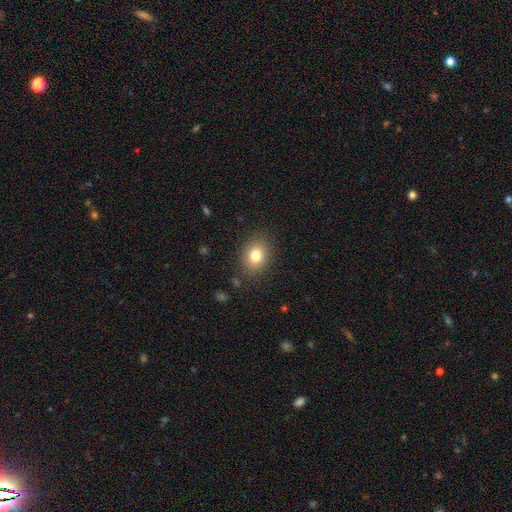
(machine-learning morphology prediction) Smooth or featured?
  - smooth: 80% *
  - star or artifact: 10%
  - featured or disk: 10%
How rounded?
  - in between: 56% *
  - round: 43%
  - cigar-shaped: 1%
Merging?
  - none: 85% *
  - minor disturbance: 10%
  - major disturbance: 3%
  - merger: 1%